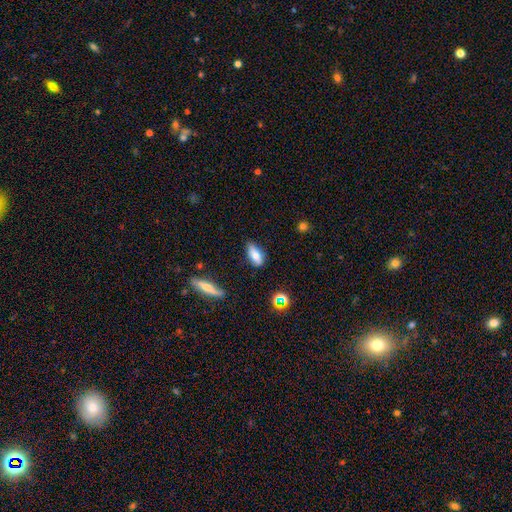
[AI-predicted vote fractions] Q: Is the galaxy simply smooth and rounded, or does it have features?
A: smooth — 70%.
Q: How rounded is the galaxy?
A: in between — 79%.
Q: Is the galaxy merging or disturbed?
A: none — 72%.